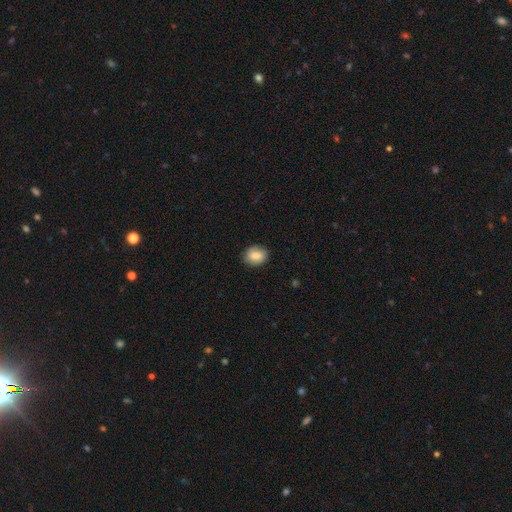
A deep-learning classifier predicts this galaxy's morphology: Smooth or featured: smooth — 83% (featured or disk — 9%)
How rounded: in between — 50% (round — 49%)
Merging: none — 85% (minor disturbance — 11%)